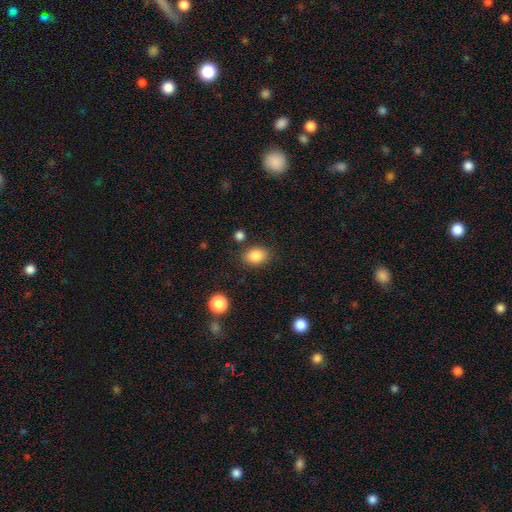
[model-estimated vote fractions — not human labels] smooth-or-featured: smooth: 86% | star or artifact: 9% | featured or disk: 5%
  how-rounded: in between: 63% | round: 36% | cigar-shaped: 1%
  merging: none: 81% | minor disturbance: 11% | merger: 4% | major disturbance: 4%